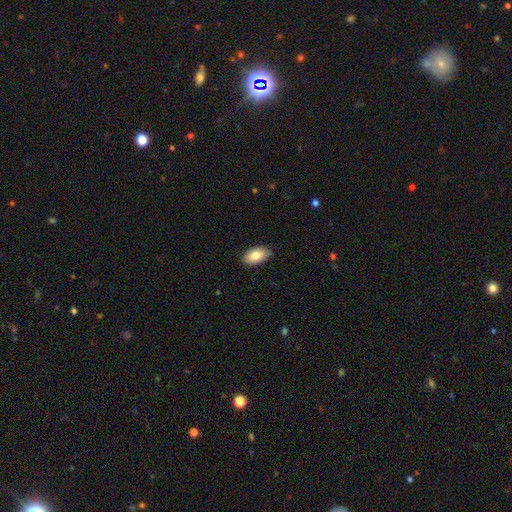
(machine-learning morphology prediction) type=smooth (82%); roundness=in between (94%); merging=none (82%).